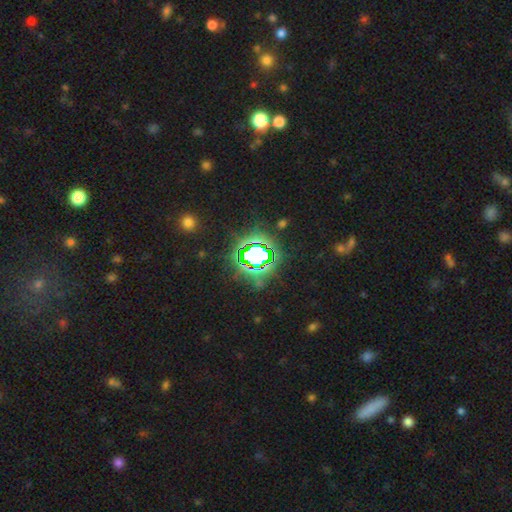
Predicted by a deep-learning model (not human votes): smooth-or-featured: star or artifact: 76% | smooth: 14% | featured or disk: 10%